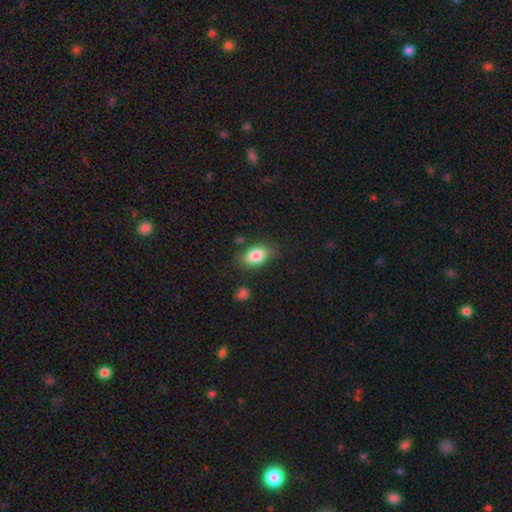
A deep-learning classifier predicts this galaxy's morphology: This appears to be a smooth galaxy with no disk features (83%) that is in between round and cigar-shaped (86%). Merging: none (76%).